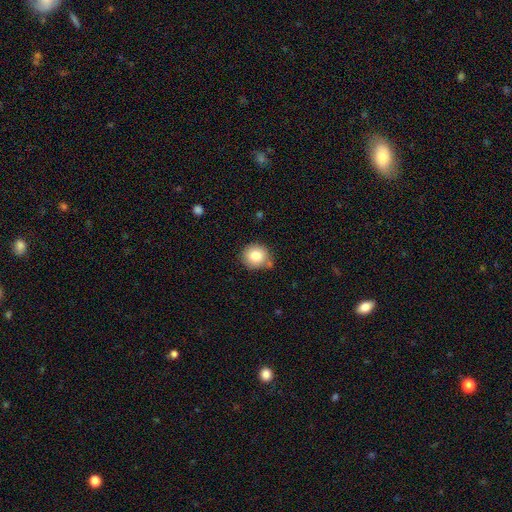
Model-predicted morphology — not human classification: Q: Smooth or featured?
A: smooth (82%); runner-up: star or artifact (9%)
Q: How rounded?
A: round (89%); runner-up: in between (11%)
Q: Merging?
A: none (76%); runner-up: minor disturbance (14%)